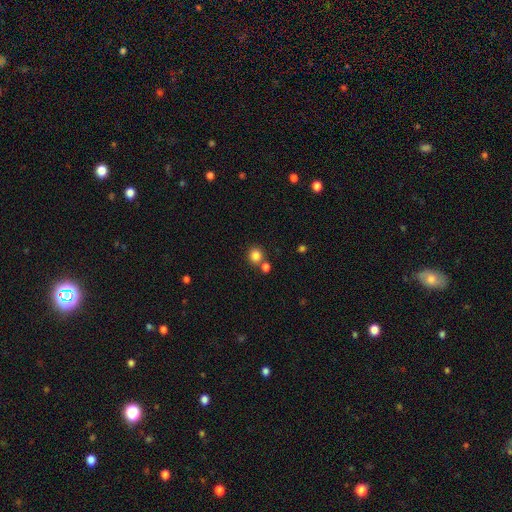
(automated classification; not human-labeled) smooth-or-featured: smooth: 83% | star or artifact: 12% | featured or disk: 5%
  how-rounded: round: 85% | in between: 14% | cigar-shaped: 1%
  merging: none: 68% | merger: 21% | minor disturbance: 8% | major disturbance: 3%